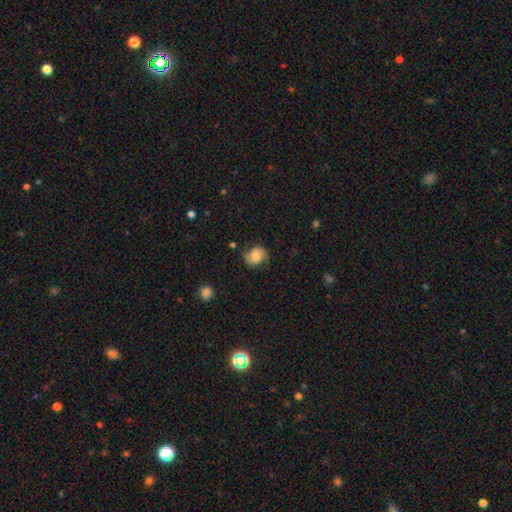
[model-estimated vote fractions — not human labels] smooth-or-featured: featured or disk: 52% | smooth: 39% | star or artifact: 9%
  disk-edge-on: no: 97% | yes: 3%
    bar: no: 62% | weak: 31% | strong: 7%
    has-spiral-arms: yes: 92% | no: 8%
    bulge-size: moderate: 38% | small: 24% | large: 21% | none: 13% | dominant: 4%
  merging: none: 72% | minor disturbance: 20% | major disturbance: 7% | merger: 2%